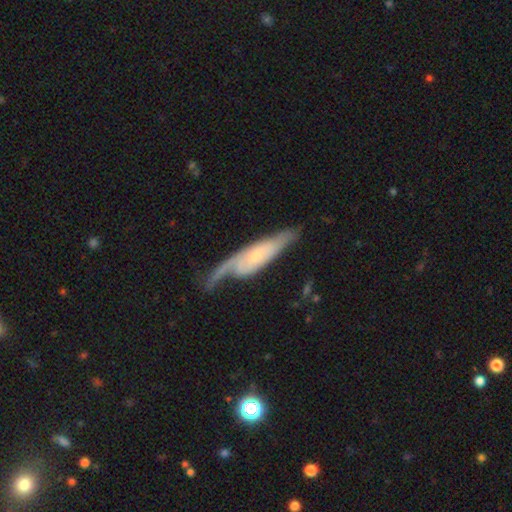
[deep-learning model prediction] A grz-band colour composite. It shows a featured or disk galaxy (70%). Merging: none (42%).